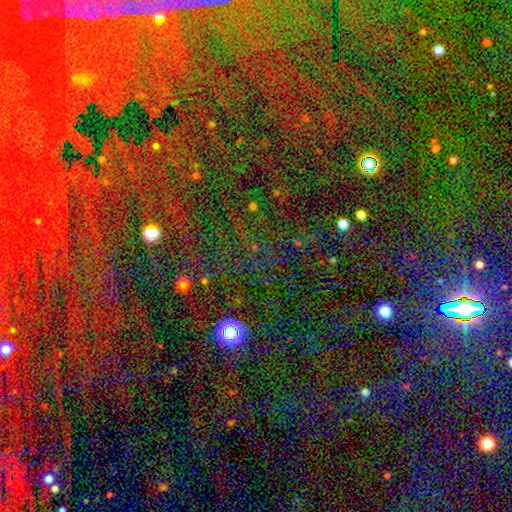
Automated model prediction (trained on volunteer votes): This is clearly a star or artifact rather than a galaxy (81%).